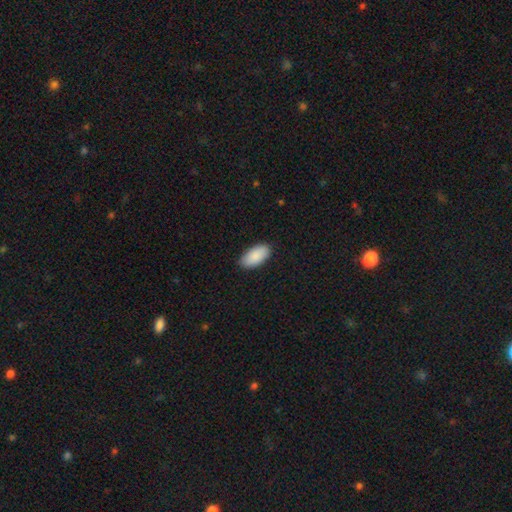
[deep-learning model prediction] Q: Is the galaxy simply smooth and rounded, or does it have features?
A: smooth — 90%.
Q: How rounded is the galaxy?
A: in between — 94%.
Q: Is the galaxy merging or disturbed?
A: none — 87%.